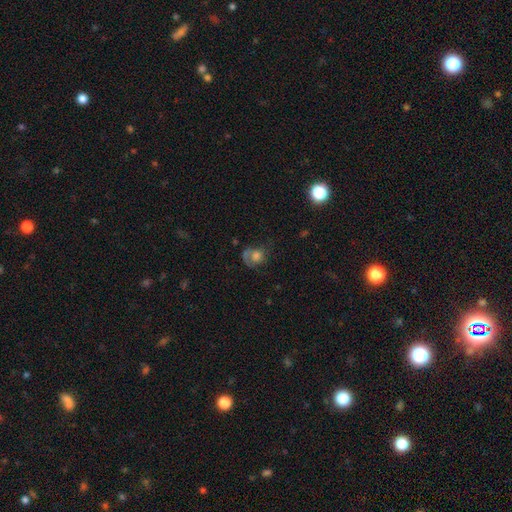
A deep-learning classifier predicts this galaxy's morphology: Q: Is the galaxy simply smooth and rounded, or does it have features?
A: smooth — 51%.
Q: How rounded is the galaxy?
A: round — 62%.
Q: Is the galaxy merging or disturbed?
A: none — 37%.